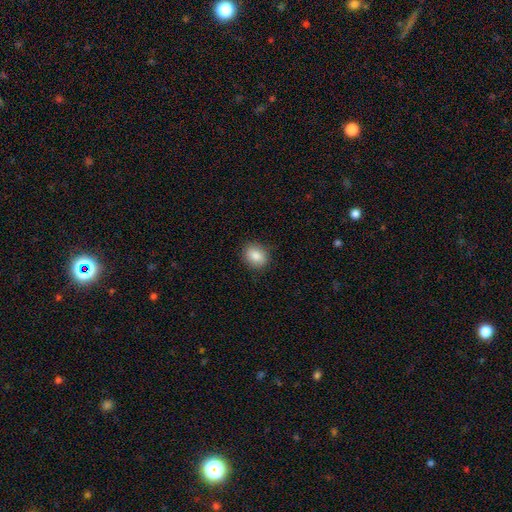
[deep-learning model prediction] smooth-or-featured: smooth: 85% | star or artifact: 8% | featured or disk: 7%
  how-rounded: in between: 50% | round: 49% | cigar-shaped: 1%
  merging: none: 86% | minor disturbance: 10% | major disturbance: 3% | merger: 1%